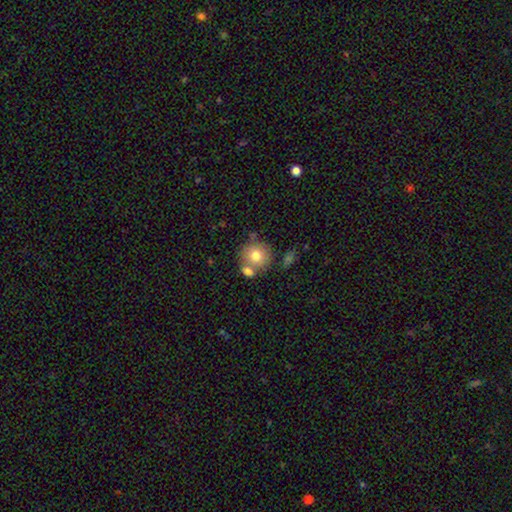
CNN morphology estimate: smooth 76%, featured or disk 15%, star or artifact 9%. Down the decision tree: how rounded — round (88%); merging — none (57%).